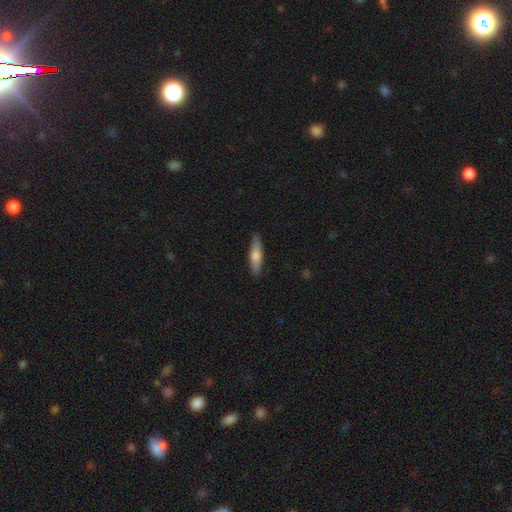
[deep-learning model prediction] This appears to be a smooth galaxy with no disk features (72%) that is cigar-shaped (67%). Merging: none (86%).